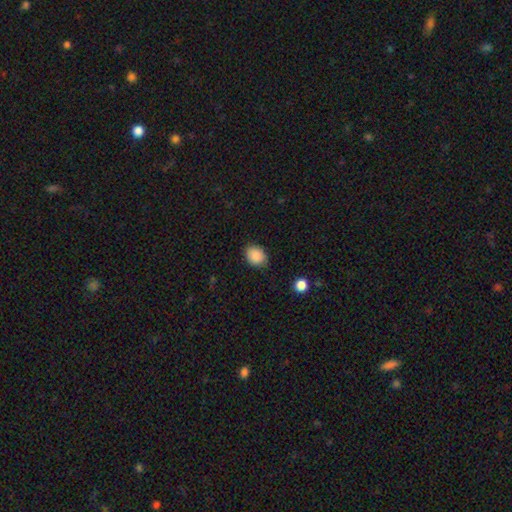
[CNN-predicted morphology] Q: Smooth or featured?
A: smooth (88%); runner-up: star or artifact (8%)
Q: How rounded?
A: in between (54%); runner-up: round (45%)
Q: Merging?
A: none (81%); runner-up: minor disturbance (14%)